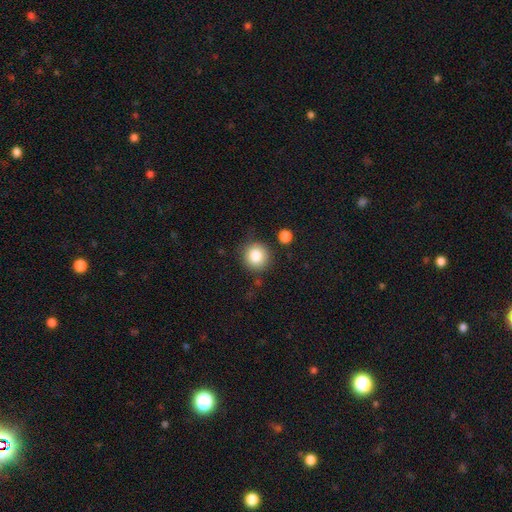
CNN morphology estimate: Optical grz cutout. It shows a smooth galaxy with no disk features (82%) that is round (93%). Merging: none (83%).